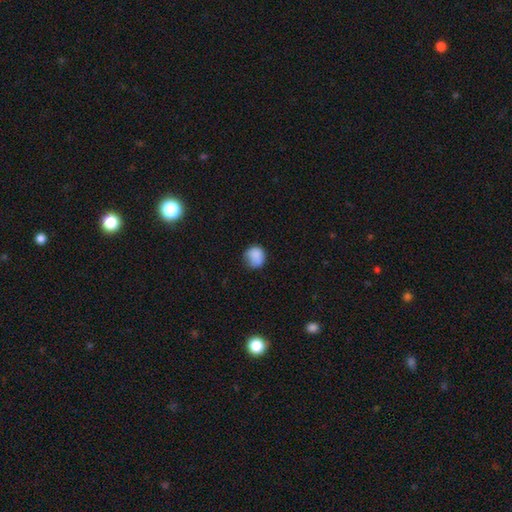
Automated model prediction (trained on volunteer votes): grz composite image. It shows a smooth galaxy with no disk features (85%) that is round (87%). Merging: none (66%).